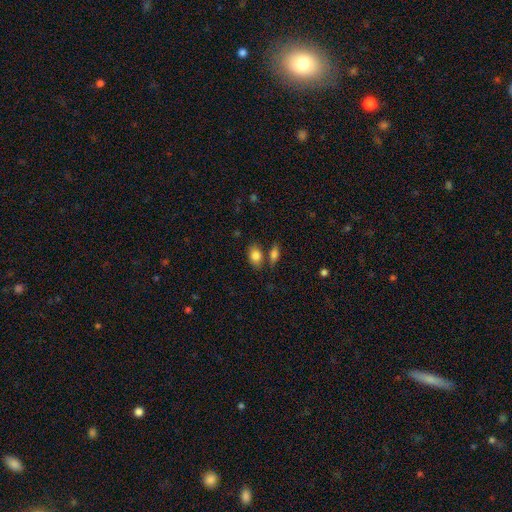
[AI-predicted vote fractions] Smooth or featured: smooth — 83% (featured or disk — 9%)
How rounded: in between — 83% (round — 14%)
Merging: none — 62% (merger — 20%)